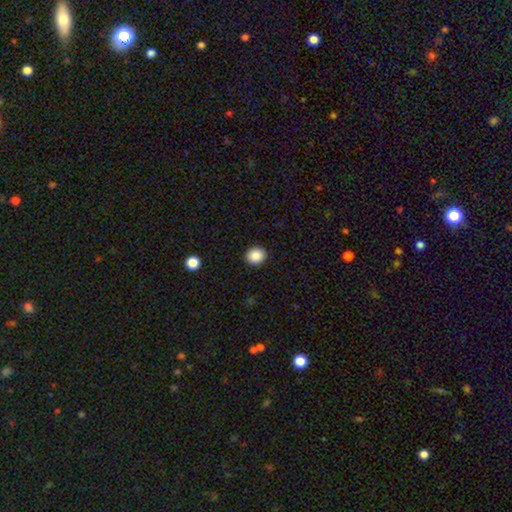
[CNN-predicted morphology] A smooth galaxy with no disk features (87%) that is round (79%). Merging: none (92%).